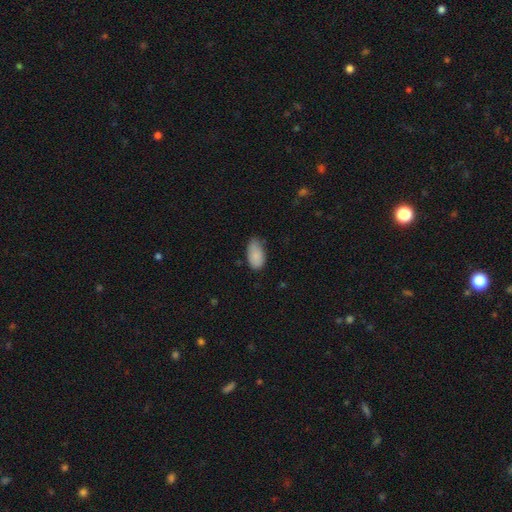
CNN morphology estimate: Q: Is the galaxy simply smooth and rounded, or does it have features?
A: smooth — 86%.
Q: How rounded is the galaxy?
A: in between — 94%.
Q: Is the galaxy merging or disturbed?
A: none — 55%.